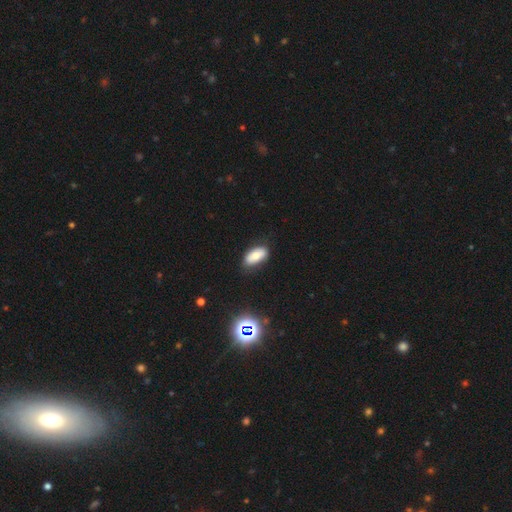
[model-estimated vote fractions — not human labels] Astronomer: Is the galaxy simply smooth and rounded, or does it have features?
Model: smooth — 76%.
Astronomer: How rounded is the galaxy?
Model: in between — 91%.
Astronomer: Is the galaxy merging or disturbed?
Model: none — 78%.